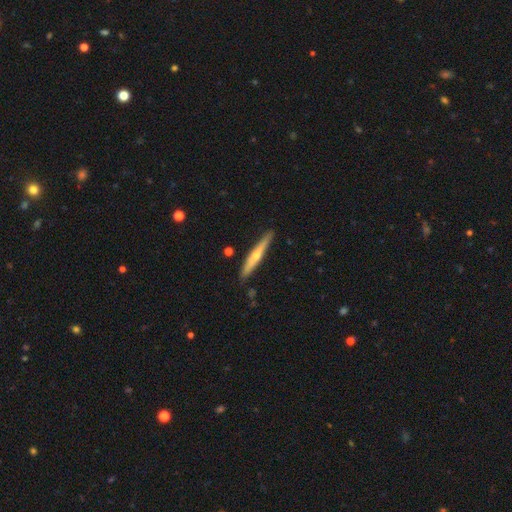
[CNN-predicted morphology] Smooth or featured?
  - featured or disk: 62% *
  - smooth: 32%
  - star or artifact: 6%
Edge-on disk?
  - yes: 96% *
  - no: 4%
Edge-on bulge?
  - rounded: 84% *
  - none: 14%
  - boxy: 3%
Merging?
  - none: 89% *
  - minor disturbance: 8%
  - merger: 2%
  - major disturbance: 2%